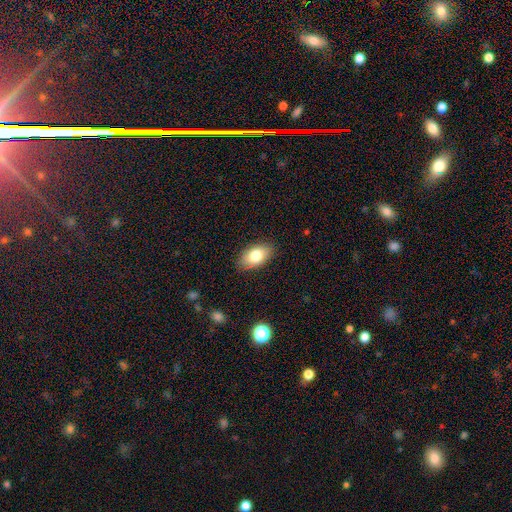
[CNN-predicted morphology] This is likely a smooth galaxy (79%). How rounded: clearly in between (92%). Merging: clearly none (86%).